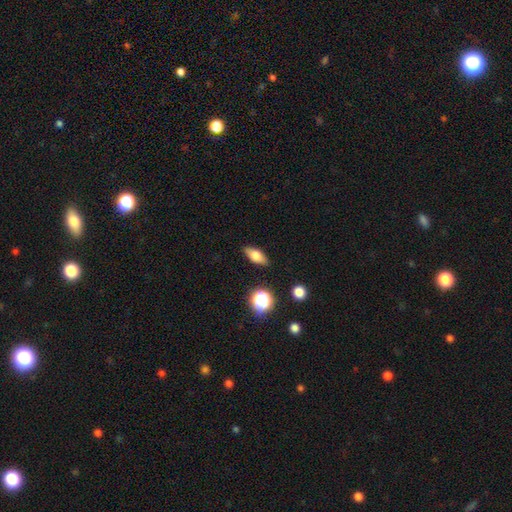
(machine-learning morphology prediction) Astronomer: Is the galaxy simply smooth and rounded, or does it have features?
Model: smooth — 67%.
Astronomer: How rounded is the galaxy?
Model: in between — 75%.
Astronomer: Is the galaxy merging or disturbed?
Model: none — 86%.